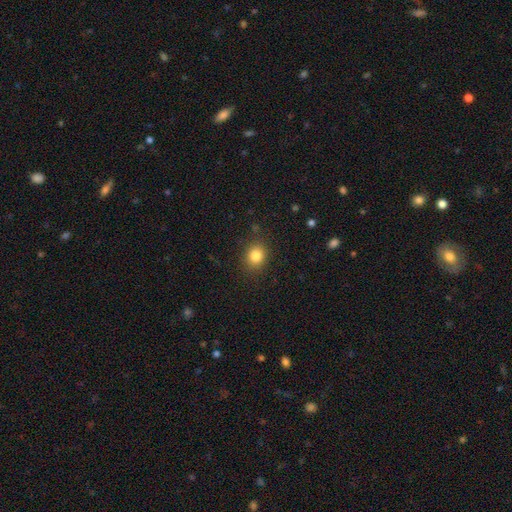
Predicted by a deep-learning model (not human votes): Overall: smooth (83%). How rounded: round (63%; in between 36%). Merging: none (85%).